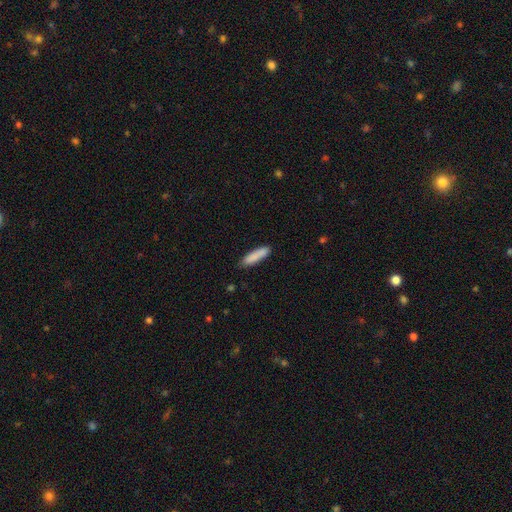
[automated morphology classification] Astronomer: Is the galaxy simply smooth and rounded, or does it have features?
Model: smooth — 86%.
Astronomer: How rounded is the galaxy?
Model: cigar-shaped — 75%.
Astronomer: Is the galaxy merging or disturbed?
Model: none — 82%.